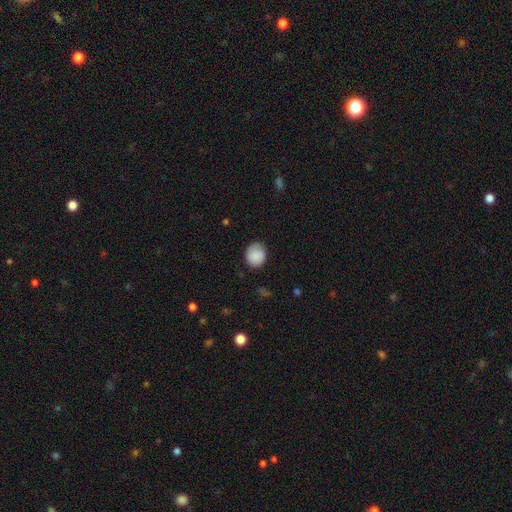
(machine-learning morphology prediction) Q: Smooth or featured?
A: smooth (87%); runner-up: star or artifact (7%)
Q: How rounded?
A: round (76%); runner-up: in between (23%)
Q: Merging?
A: none (78%); runner-up: minor disturbance (17%)